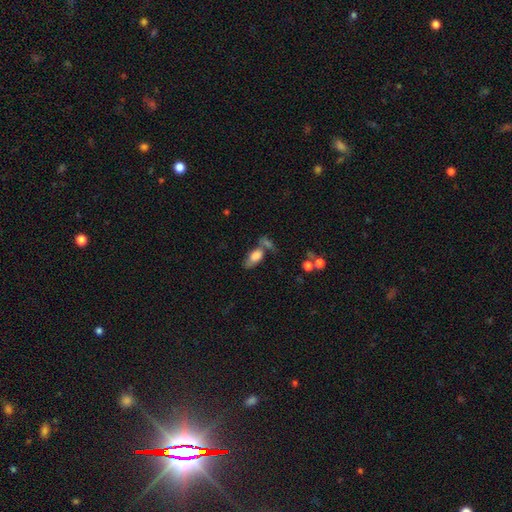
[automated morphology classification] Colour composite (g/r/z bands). It shows a smooth galaxy with no disk features (76%) that is in between round and cigar-shaped (89%). Merging: none (36%).